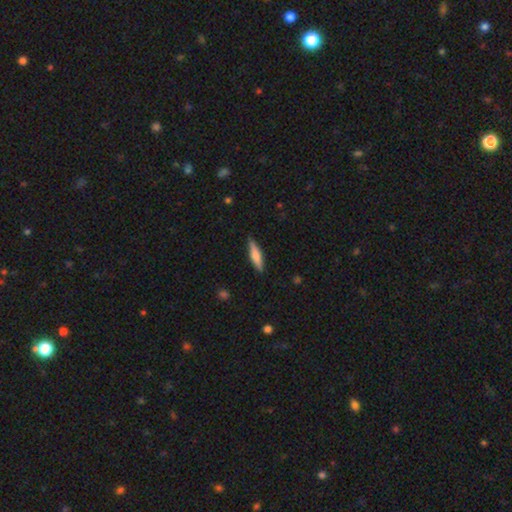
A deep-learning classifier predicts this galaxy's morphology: smooth_or_featured: smooth (p=0.59) [alt: featured or disk p=0.35]
how_rounded: cigar-shaped (p=0.76) [alt: in between p=0.22]
merging: none (p=0.87) [alt: minor disturbance p=0.10]